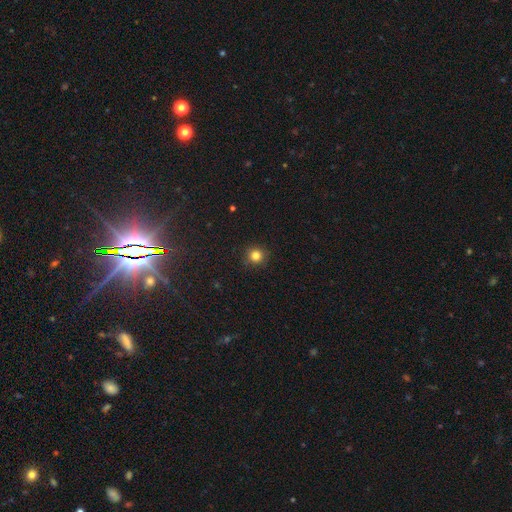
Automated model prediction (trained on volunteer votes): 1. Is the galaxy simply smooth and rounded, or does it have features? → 82% smooth, 13% star or artifact, 5% featured or disk.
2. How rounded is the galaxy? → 93% round, 6% in between, 1% cigar-shaped.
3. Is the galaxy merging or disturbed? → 90% none, 7% minor disturbance, 2% major disturbance, 1% merger.